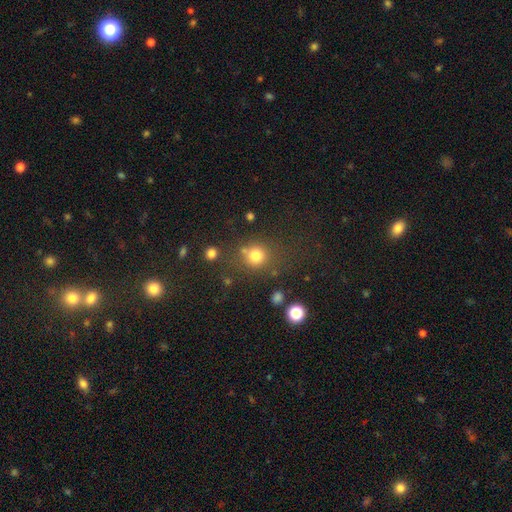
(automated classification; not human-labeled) smooth-or-featured: smooth: 78% | star or artifact: 15% | featured or disk: 7%
  how-rounded: round: 87% | in between: 12% | cigar-shaped: 1%
  merging: none: 71% | minor disturbance: 13% | merger: 10% | major disturbance: 7%